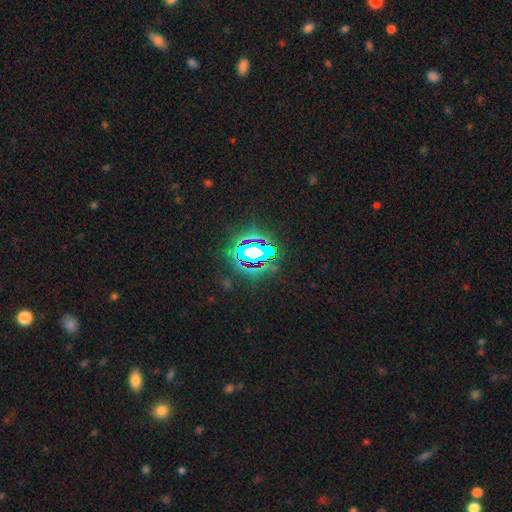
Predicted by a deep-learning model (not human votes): smooth-or-featured: star or artifact: 70% | smooth: 16% | featured or disk: 14%